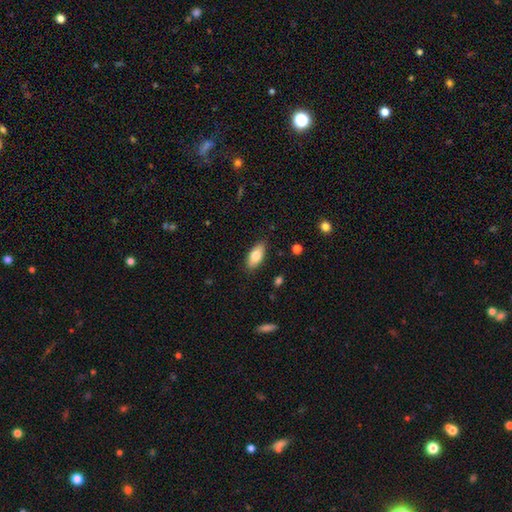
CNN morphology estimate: The model was most divided on "smooth or featured": smooth: 79%, featured or disk: 15%, star or artifact: 7%. More confident: how rounded — in between (87%); merging — none (86%).